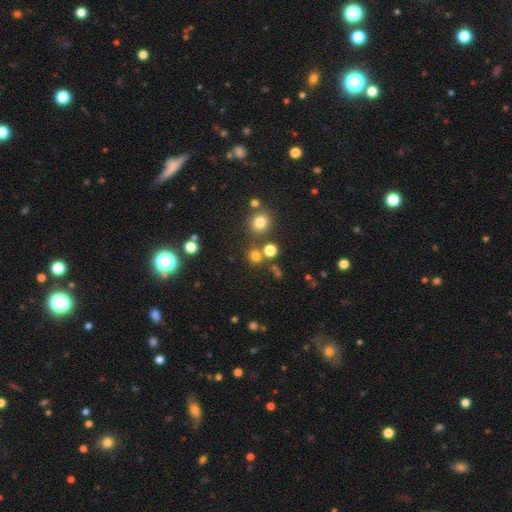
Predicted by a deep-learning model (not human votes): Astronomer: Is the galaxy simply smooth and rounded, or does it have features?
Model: smooth — 72%.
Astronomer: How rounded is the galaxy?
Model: round — 88%.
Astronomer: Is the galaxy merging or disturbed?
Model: none — 73%.